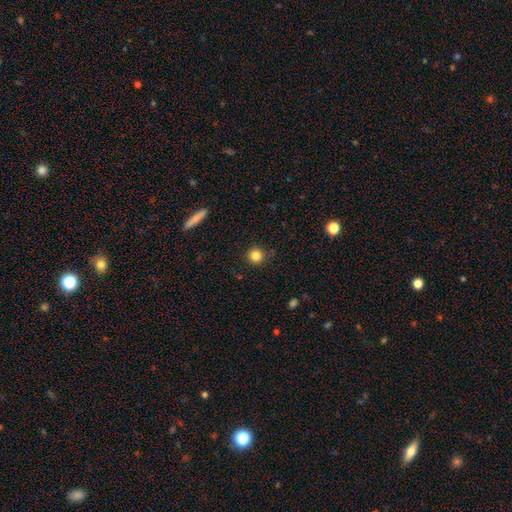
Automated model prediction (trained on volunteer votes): Smooth or featured? Predicted: smooth (p=0.83). How rounded? Predicted: round (p=0.94). Merging? Predicted: none (p=0.88).